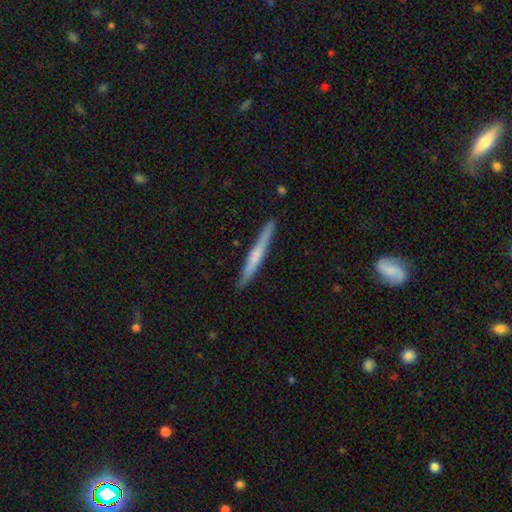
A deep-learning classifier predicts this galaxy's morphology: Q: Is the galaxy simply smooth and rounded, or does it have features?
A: smooth — 49%.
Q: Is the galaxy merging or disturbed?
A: none — 89%.